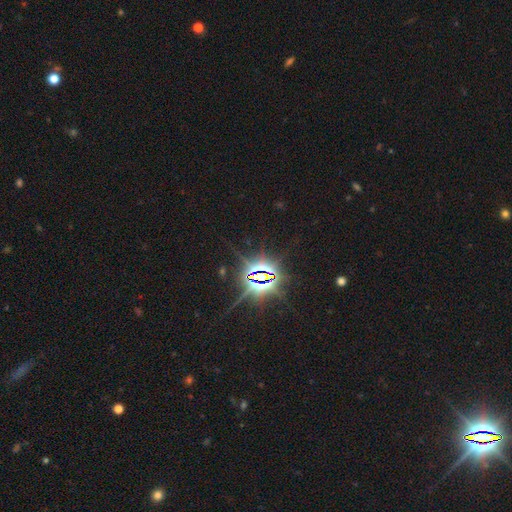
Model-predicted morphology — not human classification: Smooth or featured? star or artifact (86%)